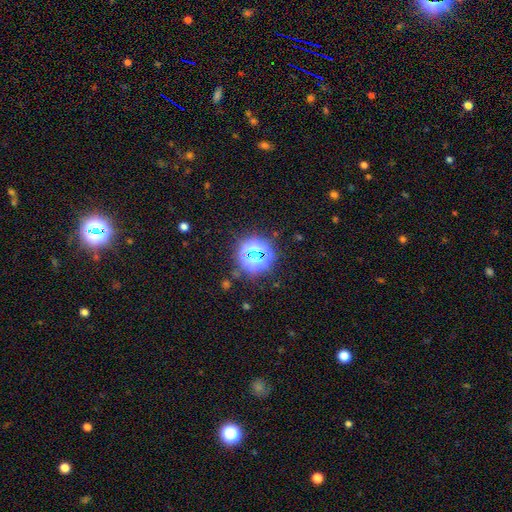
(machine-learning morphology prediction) Q: Smooth or featured?
A: star or artifact (67%); runner-up: smooth (23%)